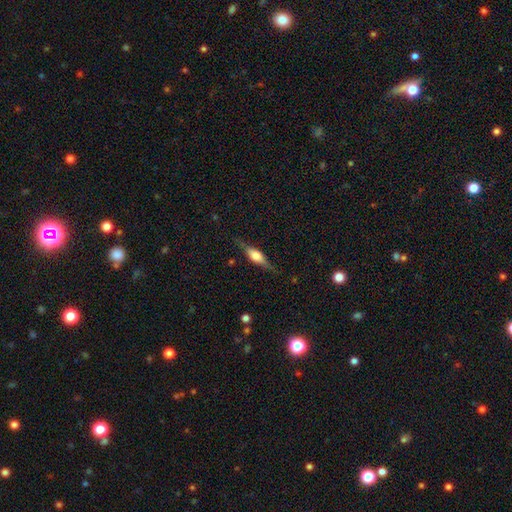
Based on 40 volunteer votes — Volunteers were most divided on "smooth or featured": featured or disk: 68%, smooth: 20%, star or artifact: 12%. More confident: edge-on disk — yes (96%); edge-on bulge — rounded (96%); merging — none (80%).